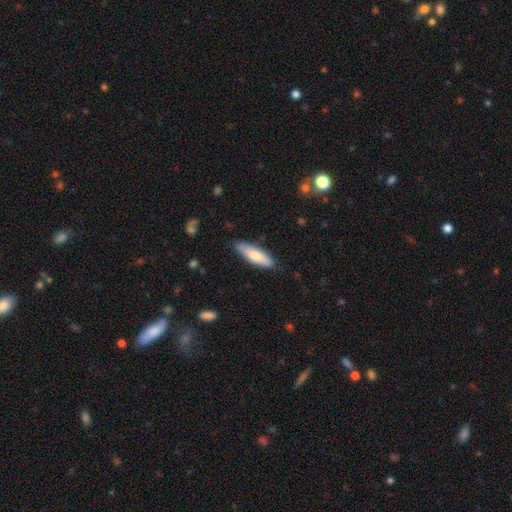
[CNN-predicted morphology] The model was most divided on "how rounded": cigar-shaped: 52%, in between: 46%, round: 2%. More confident: merging — none (82%); smooth or featured — smooth (73%).